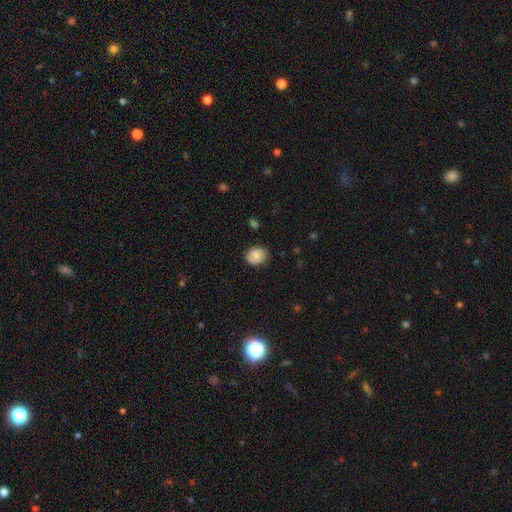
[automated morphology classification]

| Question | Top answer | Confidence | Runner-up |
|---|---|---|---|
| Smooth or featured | smooth | 83% | featured or disk (9%) |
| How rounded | round | 56% | in between (43%) |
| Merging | none | 80% | minor disturbance (15%) |